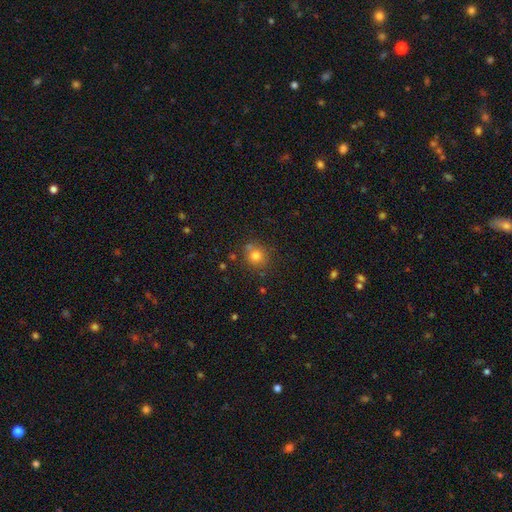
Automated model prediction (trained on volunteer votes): Smooth or featured: smooth — 78% (star or artifact — 14%)
How rounded: round — 88% (in between — 11%)
Merging: none — 74% (minor disturbance — 12%)